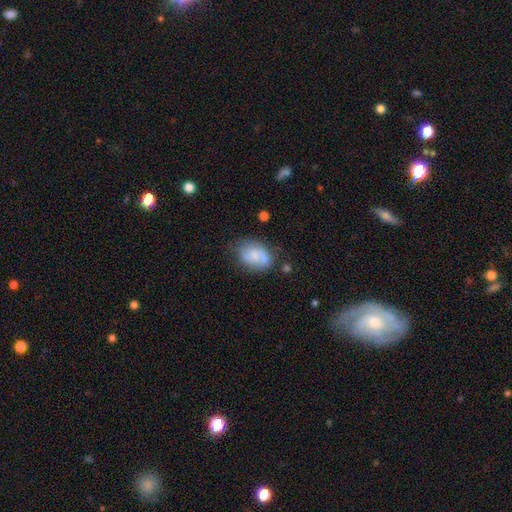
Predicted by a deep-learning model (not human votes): This appears to be a smooth galaxy with no disk features (60%) that is in between round and cigar-shaped (76%). Merging: none (55%).